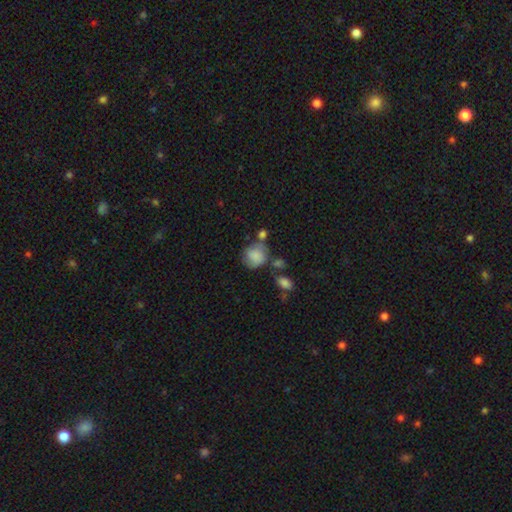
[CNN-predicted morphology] Smooth or featured? smooth (75%)
How rounded? round (72%)
Merging? none (47%)